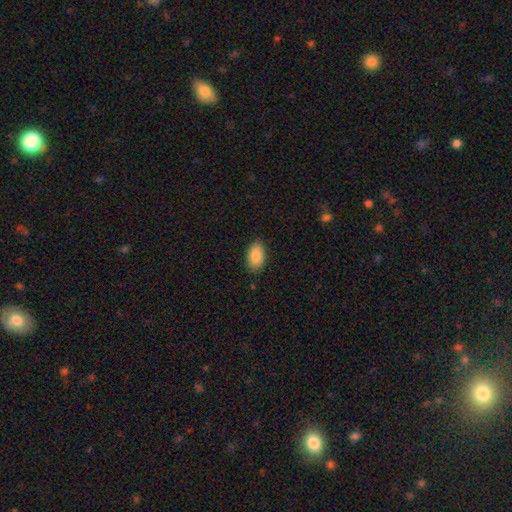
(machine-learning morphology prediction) Smooth or featured?
  - smooth: 87% *
  - star or artifact: 7%
  - featured or disk: 7%
How rounded?
  - in between: 93% *
  - round: 5%
  - cigar-shaped: 2%
Merging?
  - none: 85% *
  - minor disturbance: 12%
  - major disturbance: 3%
  - merger: 1%